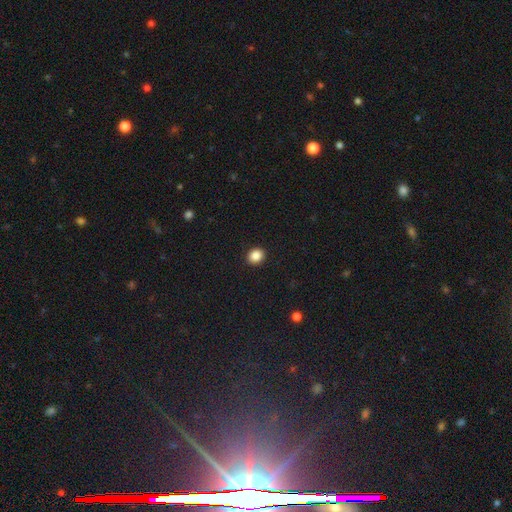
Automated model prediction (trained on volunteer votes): This appears to be a smooth galaxy with no disk features (87%) that is round (63%). Merging: none (92%).